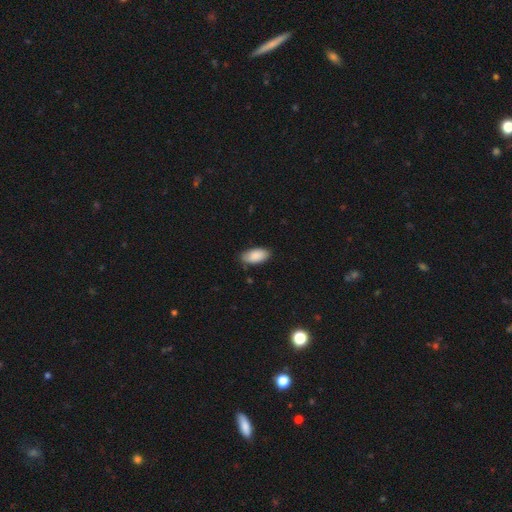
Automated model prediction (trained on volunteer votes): The model was most divided on "merging": none: 81%, minor disturbance: 16%, major disturbance: 2%, merger: 1%. More confident: how rounded — in between (94%); smooth or featured — smooth (88%).